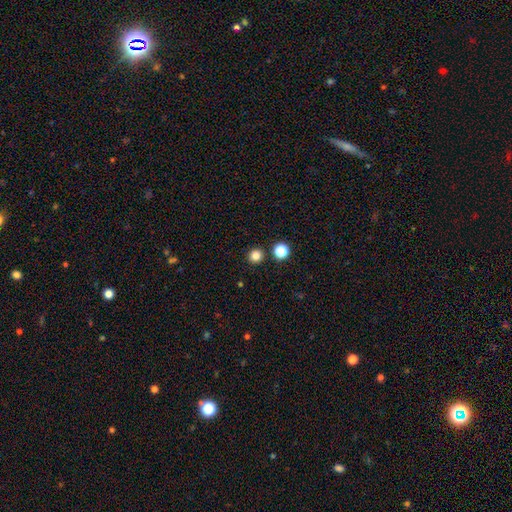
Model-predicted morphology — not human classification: The model was most divided on "smooth or featured": smooth: 82%, star or artifact: 14%, featured or disk: 4%. More confident: how rounded — round (94%); merging — none (90%).